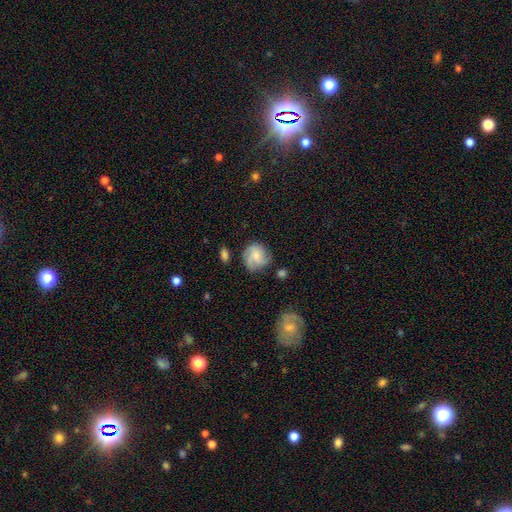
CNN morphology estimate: Smooth or featured: featured or disk — 59% (smooth — 33%)
Edge-on disk: no — 98% (yes — 2%)
Bar: no — 64% (weak — 31%)
Spiral arms: yes — 92% (no — 8%)
Spiral winding: medium — 44% (tight — 37%)
Spiral arm count: 3 — 47% (can't tell — 18%)
Bulge size: small — 51% (moderate — 33%)
Merging: none — 69% (minor disturbance — 20%)